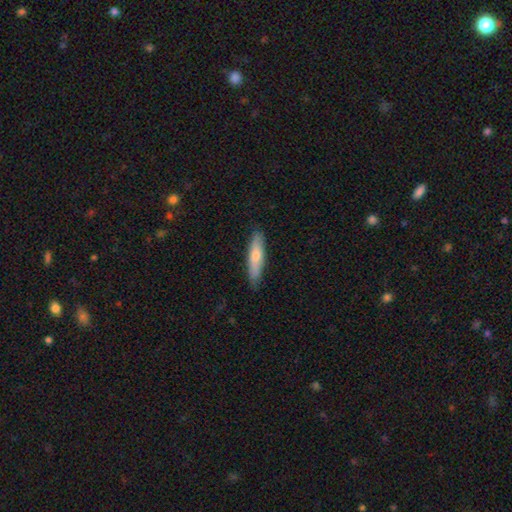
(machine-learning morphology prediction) smooth-or-featured: smooth: 64% | featured or disk: 30% | star or artifact: 6%
  how-rounded: cigar-shaped: 79% | in between: 19% | round: 2%
  merging: none: 86% | minor disturbance: 11% | major disturbance: 2% | merger: 1%